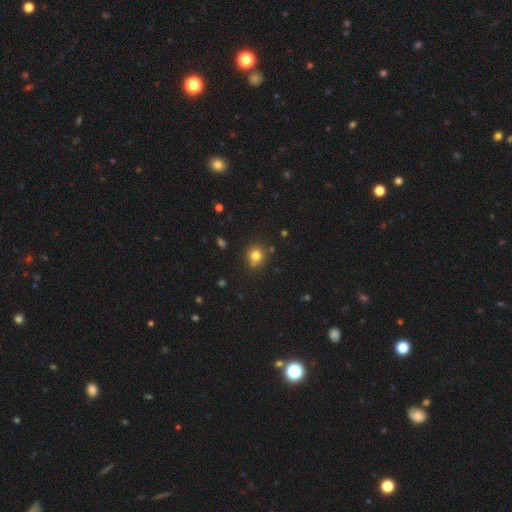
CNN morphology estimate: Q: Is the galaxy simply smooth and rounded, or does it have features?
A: smooth — 78%.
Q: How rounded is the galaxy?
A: round — 82%.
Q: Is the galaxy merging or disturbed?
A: none — 77%.